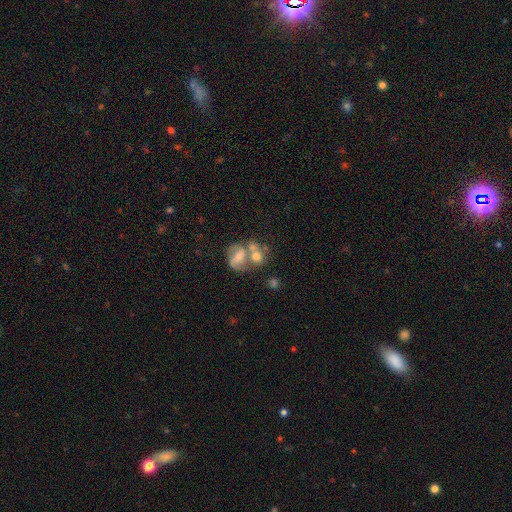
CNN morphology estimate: Smooth or featured? featured or disk (45%)
Merging? merger (52%)